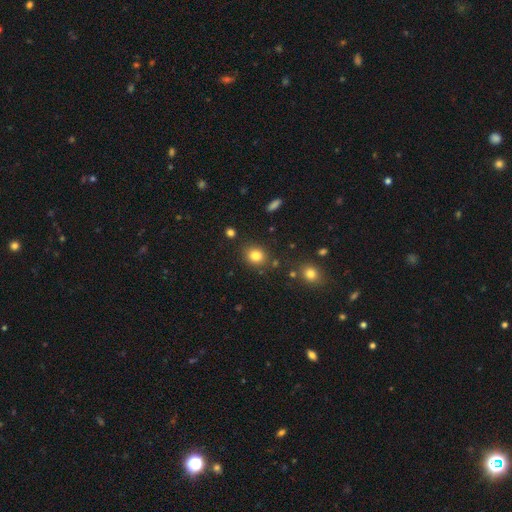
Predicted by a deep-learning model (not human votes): Smooth or featured: smooth — 82% (star or artifact — 11%)
How rounded: round — 68% (in between — 31%)
Merging: none — 83% (minor disturbance — 10%)